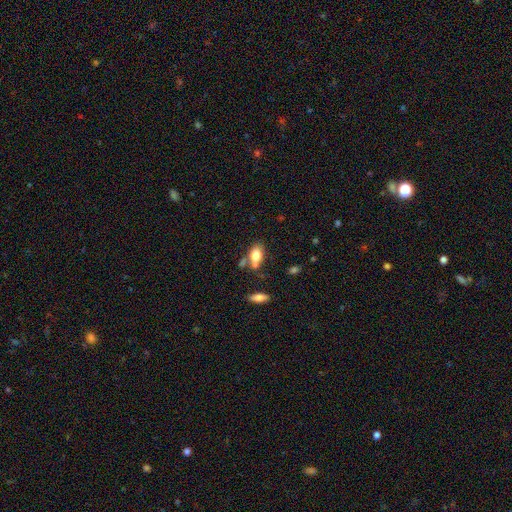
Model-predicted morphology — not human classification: This is likely a smooth galaxy (78%). How rounded: clearly in between (84%). Merging: possibly none (52%).